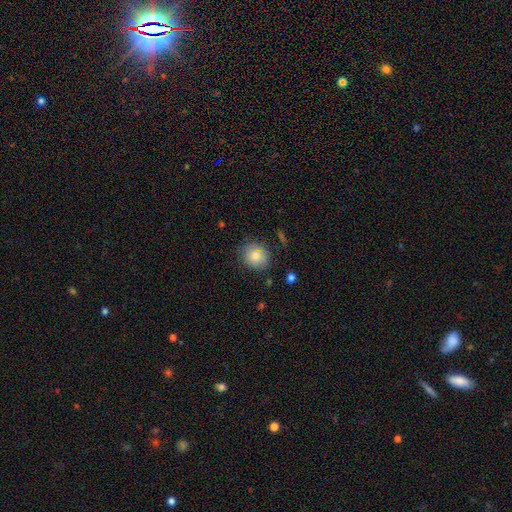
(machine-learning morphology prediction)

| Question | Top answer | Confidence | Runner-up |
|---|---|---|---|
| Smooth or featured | smooth | 82% | featured or disk (10%) |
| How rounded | round | 81% | in between (18%) |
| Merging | none | 79% | minor disturbance (15%) |